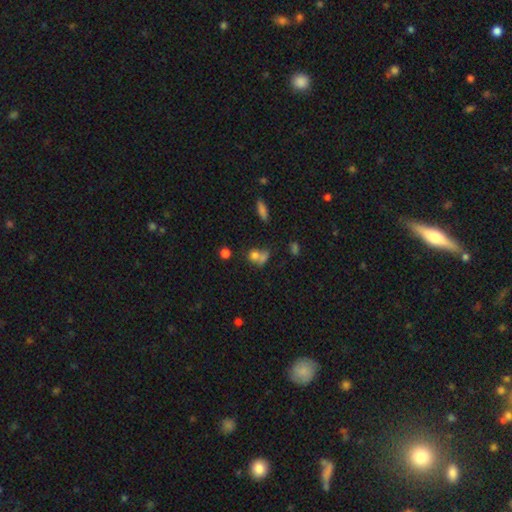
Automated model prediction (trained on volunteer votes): The model was most divided on "how rounded": round: 62%, in between: 36%, cigar-shaped: 2%. More confident: smooth or featured — smooth (71%); merging — merger (55%).